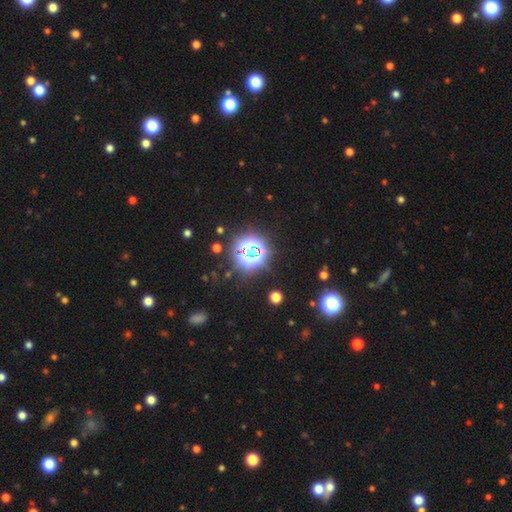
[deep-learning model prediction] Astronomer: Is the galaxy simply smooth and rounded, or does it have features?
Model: star or artifact — 75%.